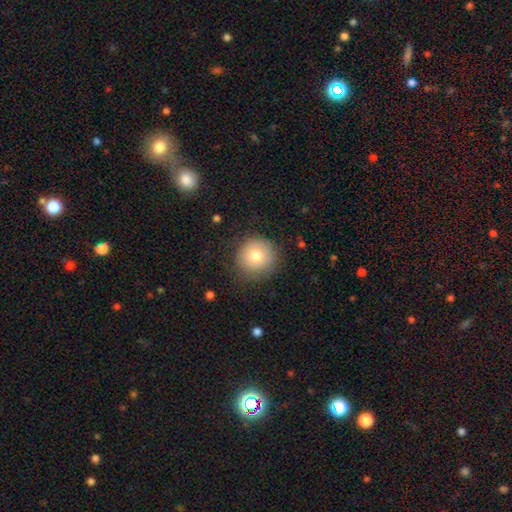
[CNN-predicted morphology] Smooth or featured?
  - smooth: 75% *
  - featured or disk: 15%
  - star or artifact: 10%
How rounded?
  - round: 93% *
  - in between: 6%
  - cigar-shaped: 1%
Merging?
  - none: 79% *
  - minor disturbance: 15%
  - major disturbance: 5%
  - merger: 1%